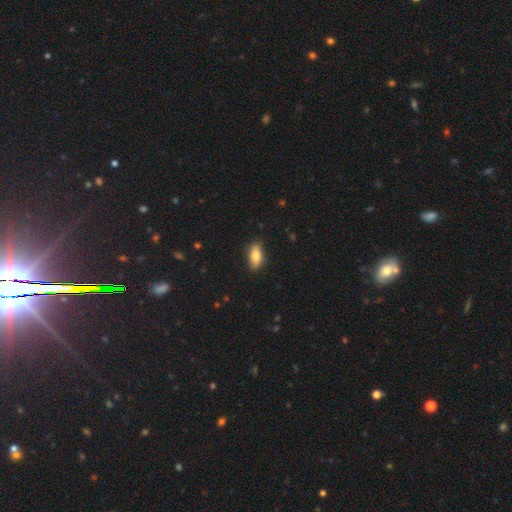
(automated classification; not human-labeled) smooth_or_featured: smooth (p=0.81) [alt: featured or disk p=0.12]
how_rounded: in between (p=0.84) [alt: cigar-shaped p=0.12]
merging: none (p=0.82) [alt: minor disturbance p=0.15]